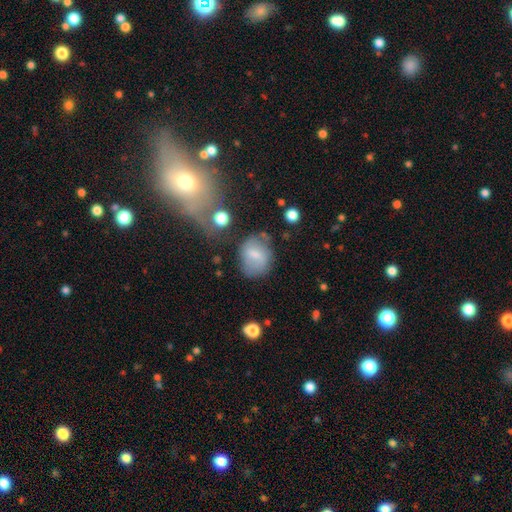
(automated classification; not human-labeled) smooth-or-featured: smooth: 64% | featured or disk: 27% | star or artifact: 9%
  how-rounded: in between: 50% | round: 49% | cigar-shaped: 1%
  merging: none: 61% | minor disturbance: 23% | major disturbance: 10% | merger: 6%